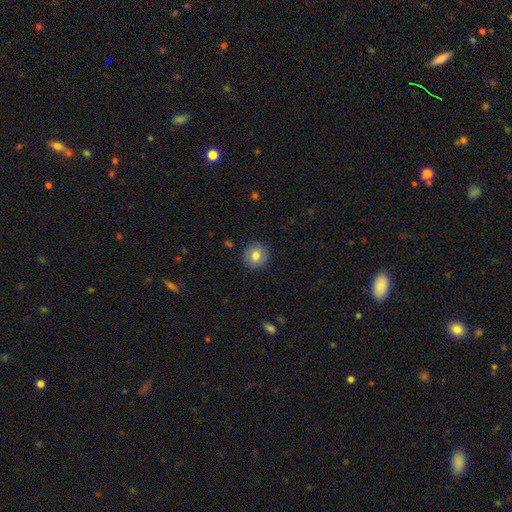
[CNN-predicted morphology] Overall: smooth (77%). How rounded: round (89%). Merging: none (88%).